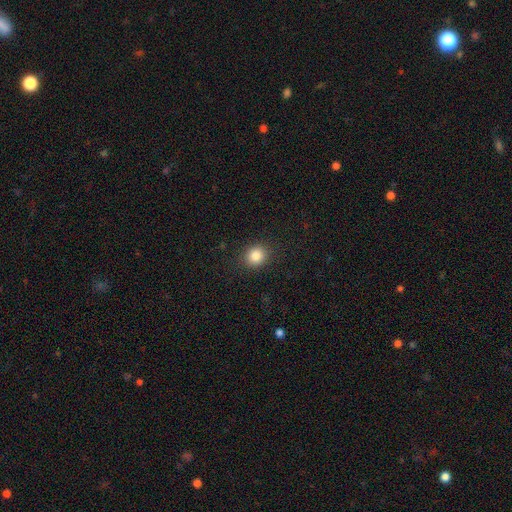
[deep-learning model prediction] A smooth galaxy with no disk features (84%) that is round (79%).

Vote fractions:
- Smooth or featured? smooth: 84% / star or artifact: 11% / featured or disk: 5%
- How rounded? round: 79% / in between: 20% / cigar-shaped: 1%
- Merging? none: 89% / minor disturbance: 7% / major disturbance: 3% / merger: 1%